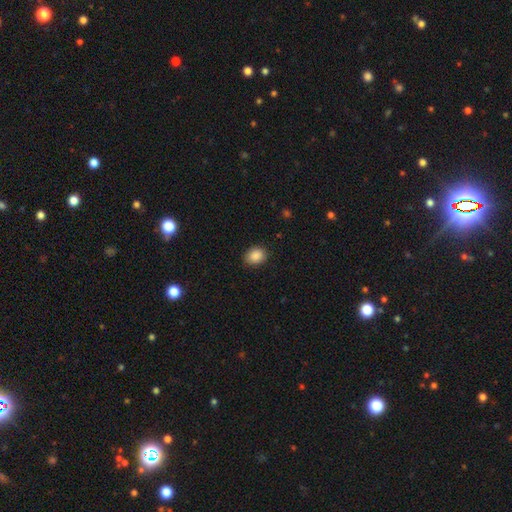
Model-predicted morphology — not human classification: smooth 88%, star or artifact 8%, featured or disk 3%. Down the decision tree: how rounded — in between (51%); merging — none (86%).